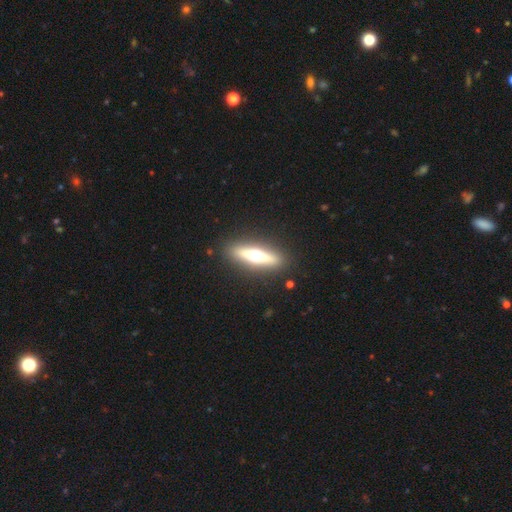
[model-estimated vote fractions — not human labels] This is possibly a featured or disk galaxy (57%). It is clearly viewed edge-on (90%). Edge-on bulge: clearly rounded (95%). Merging: clearly none (89%).